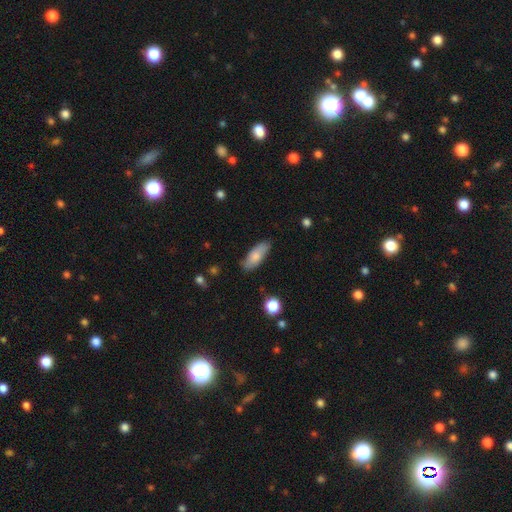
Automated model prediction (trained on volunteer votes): Smooth or featured: smooth — 78% (featured or disk — 16%)
How rounded: in between — 74% (cigar-shaped — 23%)
Merging: none — 80% (minor disturbance — 15%)